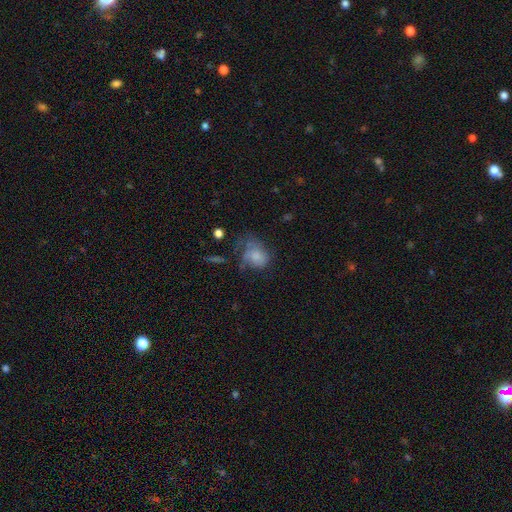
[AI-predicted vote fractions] A smooth galaxy with no disk features (62%) that is in between round and cigar-shaped (60%).

Vote fractions:
- Smooth or featured? smooth: 62% / featured or disk: 28% / star or artifact: 10%
- How rounded? in between: 60% / round: 39% / cigar-shaped: 1%
- Merging? major disturbance: 41% / none: 28% / minor disturbance: 26% / merger: 4%